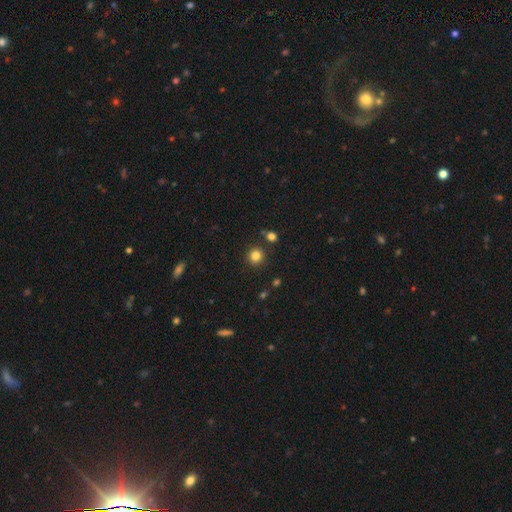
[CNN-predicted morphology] Q: Smooth or featured?
A: smooth (82%); runner-up: star or artifact (13%)
Q: How rounded?
A: round (90%); runner-up: in between (9%)
Q: Merging?
A: none (86%); runner-up: minor disturbance (7%)